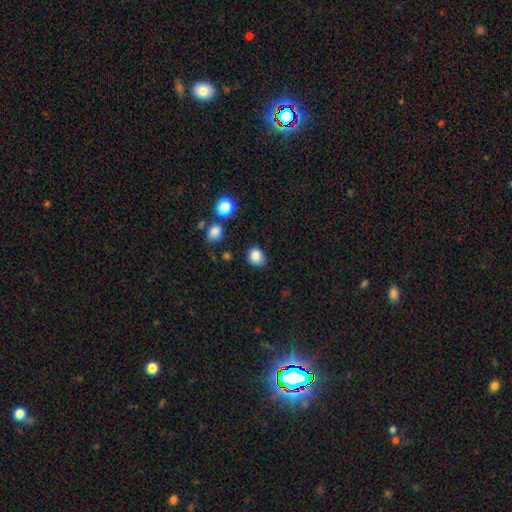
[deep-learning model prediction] smooth 85%, star or artifact 11%, featured or disk 4%. Down the decision tree: how rounded — round (63%); merging — none (76%).